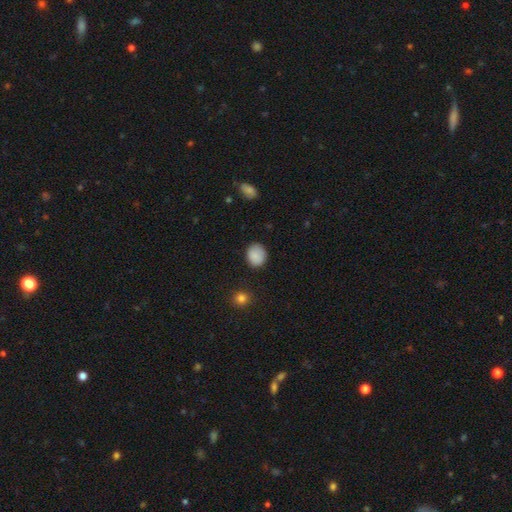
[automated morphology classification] smooth_or_featured: smooth (p=0.87) [alt: star or artifact p=0.08]
how_rounded: round (p=0.70) [alt: in between p=0.30]
merging: none (p=0.84) [alt: minor disturbance p=0.12]